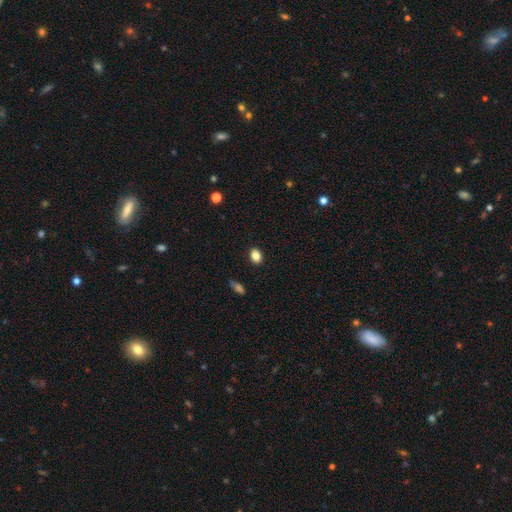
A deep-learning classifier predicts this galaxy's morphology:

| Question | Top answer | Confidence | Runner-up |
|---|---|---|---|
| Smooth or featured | smooth | 86% | star or artifact (9%) |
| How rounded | in between | 74% | round (25%) |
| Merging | none | 89% | minor disturbance (8%) |